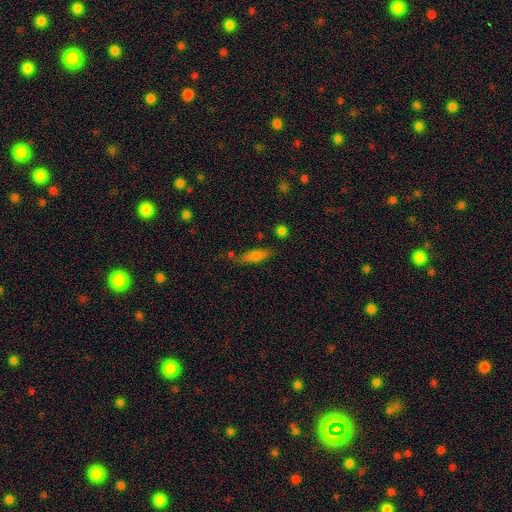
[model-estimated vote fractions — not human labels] The model was most divided on "how rounded": cigar-shaped: 51%, in between: 46%, round: 3%. More confident: smooth or featured — smooth (71%); merging — none (68%).